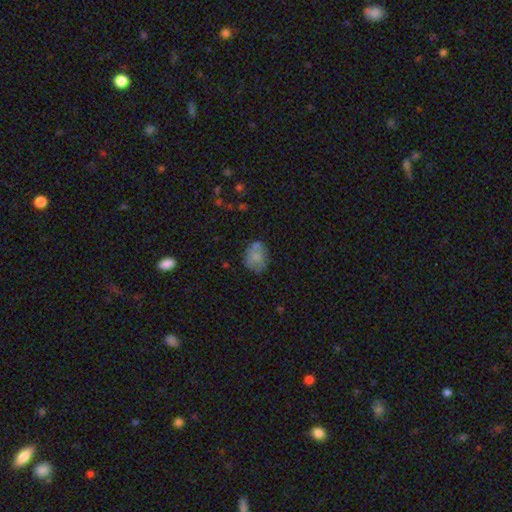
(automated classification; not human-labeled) Smooth or featured? Predicted: smooth (p=0.67). How rounded? Predicted: in between (p=0.50). Merging? Predicted: none (p=0.57).